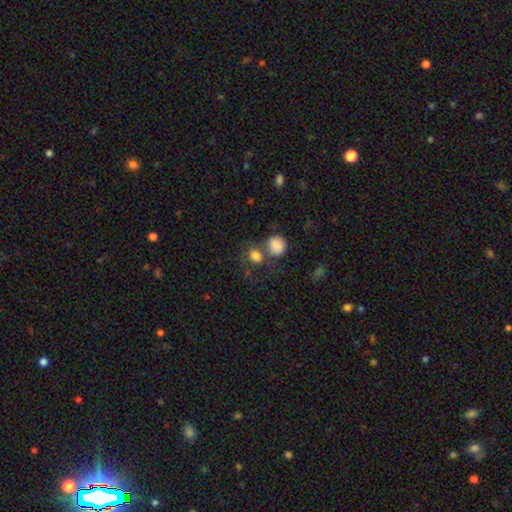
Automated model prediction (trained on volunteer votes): smooth_or_featured: smooth (p=0.81) [alt: star or artifact p=0.11]
how_rounded: round (p=0.62) [alt: in between p=0.37]
merging: none (p=0.41) [alt: merger p=0.40]